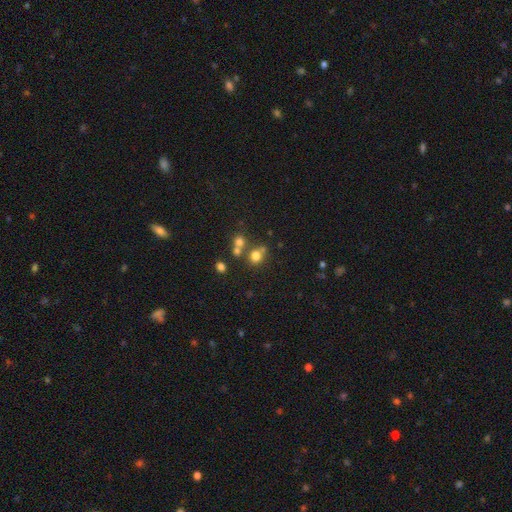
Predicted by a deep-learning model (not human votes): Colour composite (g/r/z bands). It shows a smooth galaxy with no disk features (72%) that is round (71%). Merging: none (51%).